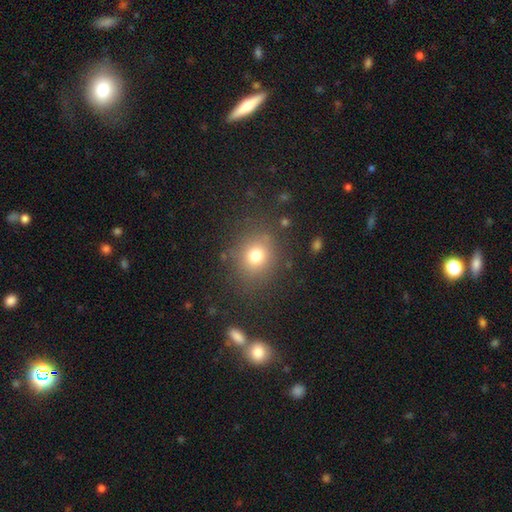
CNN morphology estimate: This appears to be a smooth galaxy with no disk features (75%) that is round (79%). Merging: none (83%).